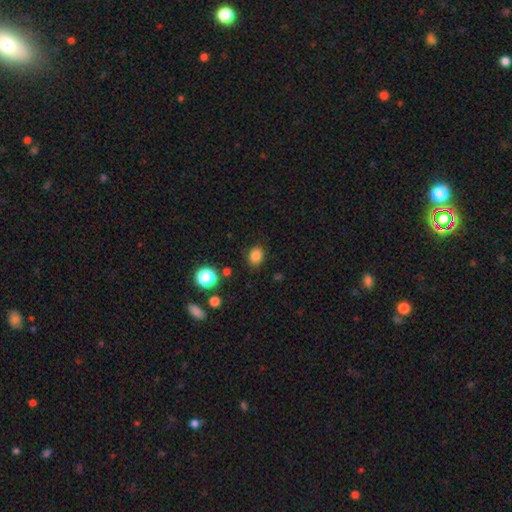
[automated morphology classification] smooth_or_featured: smooth (p=0.83) [alt: star or artifact p=0.13]
how_rounded: round (p=0.55) [alt: in between p=0.44]
merging: none (p=0.85) [alt: minor disturbance p=0.10]